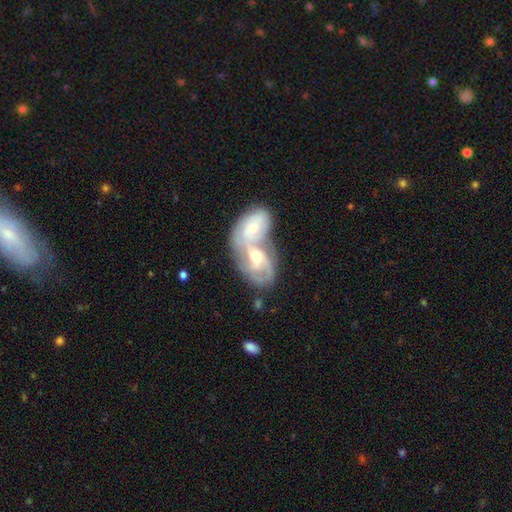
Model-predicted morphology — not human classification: smooth-or-featured: featured or disk: 72% | smooth: 22% | star or artifact: 6%
  disk-edge-on: no: 95% | yes: 5%
    bar: no: 54% | weak: 36% | strong: 10%
    has-spiral-arms: yes: 86% | no: 14%
      spiral-winding: tight: 45% | medium: 40% | loose: 15%
      spiral-arm-count: 2: 54% | can't tell: 30% | 3: 7% | 1: 4% | 4: 2% | more than 4: 2%
    bulge-size: moderate: 60% | small: 30% | large: 6% | none: 3% | dominant: 1%
  merging: merger: 79% | none: 12% | minor disturbance: 5% | major disturbance: 4%